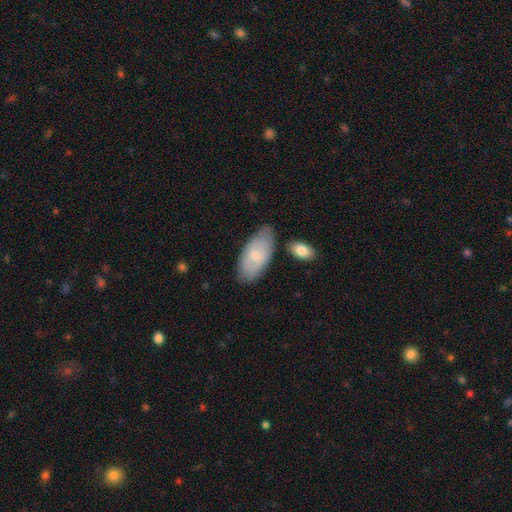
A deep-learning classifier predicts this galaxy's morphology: smooth 67%, featured or disk 27%, star or artifact 6%. Down the decision tree: how rounded — in between (93%); merging — none (70%).